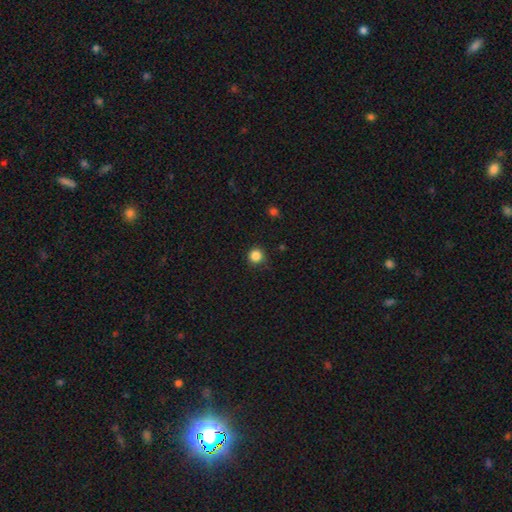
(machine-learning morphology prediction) Q: Smooth or featured?
A: smooth (85%); runner-up: star or artifact (12%)
Q: How rounded?
A: round (95%); runner-up: in between (4%)
Q: Merging?
A: none (86%); runner-up: minor disturbance (10%)